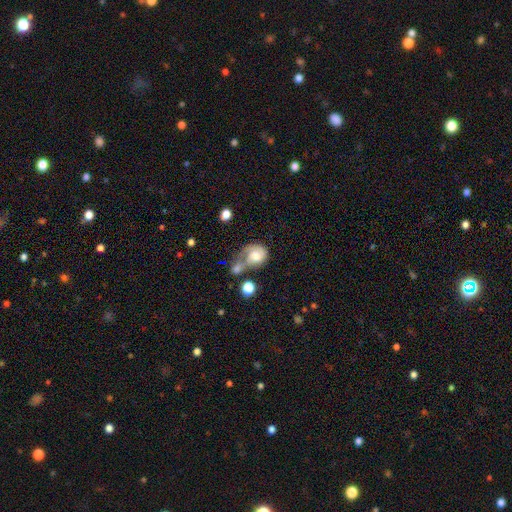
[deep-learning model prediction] This appears to be a smooth galaxy with no disk features (54%) that is round (57%). Merging: merger (45%).